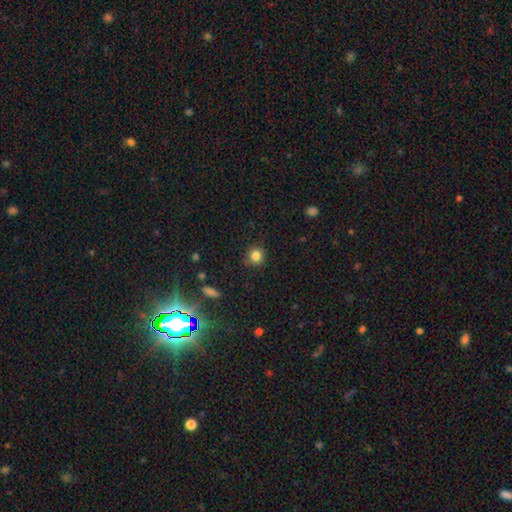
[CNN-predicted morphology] type=smooth (82%); roundness=round (91%); merging=none (86%).